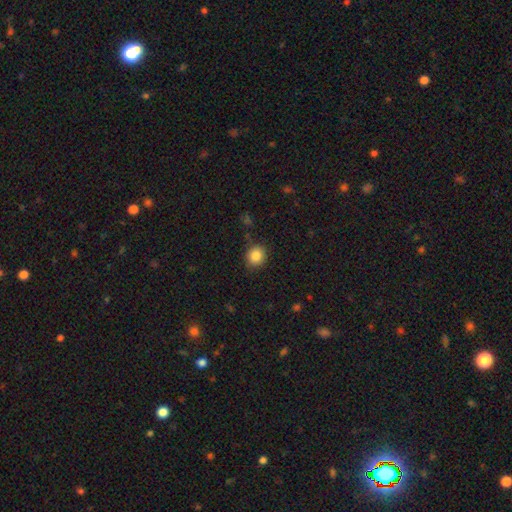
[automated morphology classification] Overall: smooth (85%). How rounded: round (79%). Merging: none (84%).